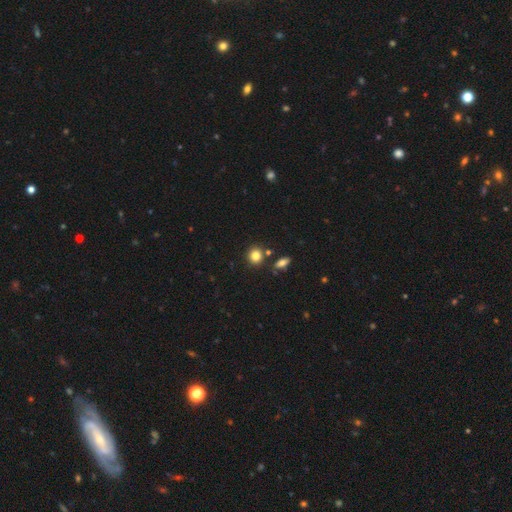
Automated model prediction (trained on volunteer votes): smooth 83%, star or artifact 11%, featured or disk 6%. Down the decision tree: how rounded — round (80%); merging — none (78%).